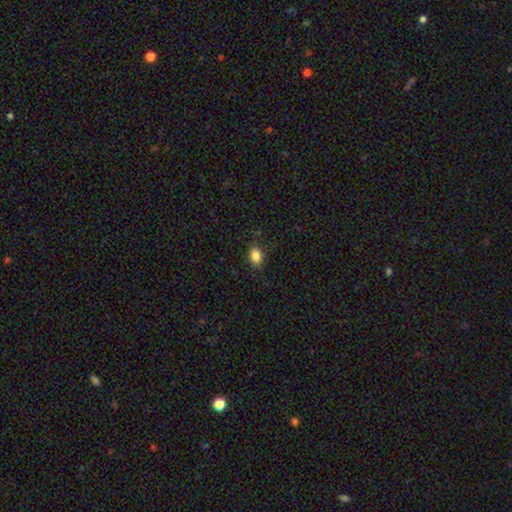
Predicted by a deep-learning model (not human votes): smooth 85%, star or artifact 10%, featured or disk 5%. Down the decision tree: how rounded — in between (73%); merging — none (84%).